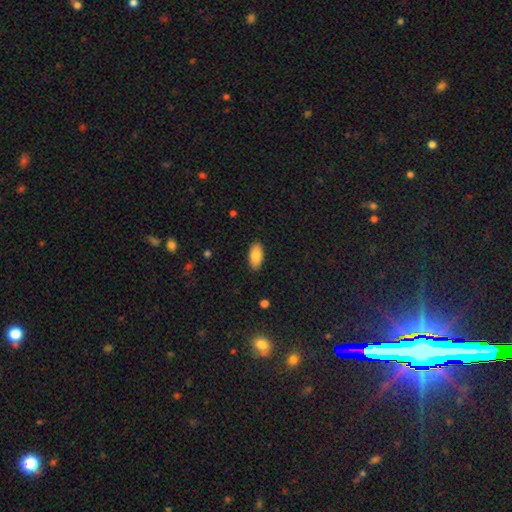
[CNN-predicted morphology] smooth 86%, featured or disk 7%, star or artifact 7%. Down the decision tree: how rounded — in between (92%); merging — none (88%).